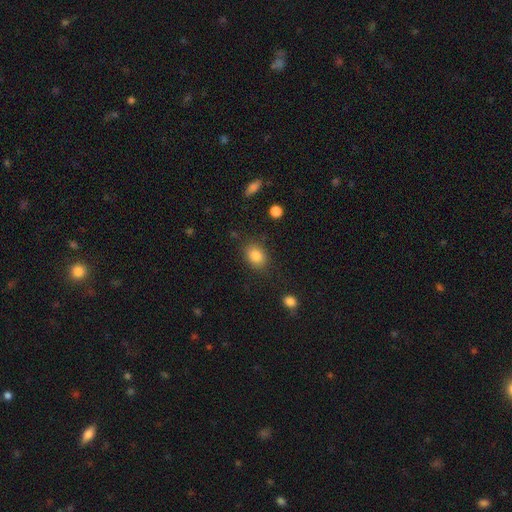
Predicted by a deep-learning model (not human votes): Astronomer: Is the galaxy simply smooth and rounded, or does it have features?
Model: smooth — 84%.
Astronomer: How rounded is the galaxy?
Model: in between — 61% (runner-up: round, 38%).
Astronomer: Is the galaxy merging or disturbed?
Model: none — 82%.